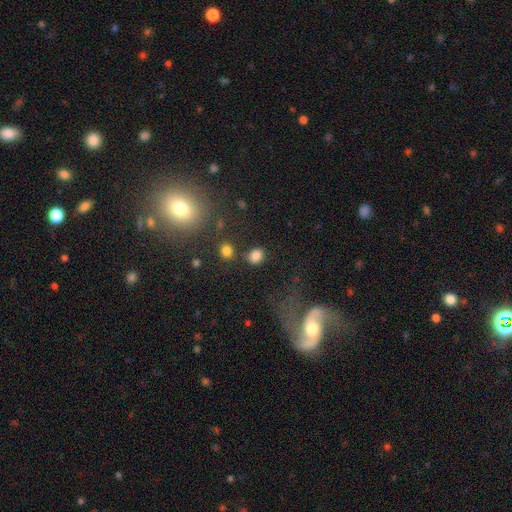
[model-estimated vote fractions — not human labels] Smooth or featured? smooth (83%)
How rounded? round (58%)
Merging? none (73%)